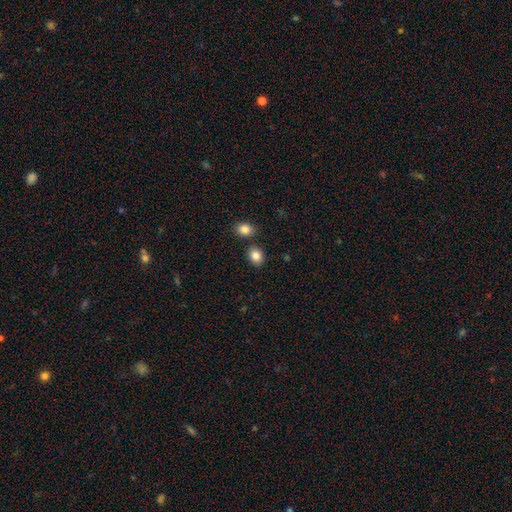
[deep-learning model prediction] smooth_or_featured: smooth (p=0.86) [alt: star or artifact p=0.09]
how_rounded: round (p=0.58) [alt: in between p=0.41]
merging: none (p=0.80) [alt: merger p=0.09]